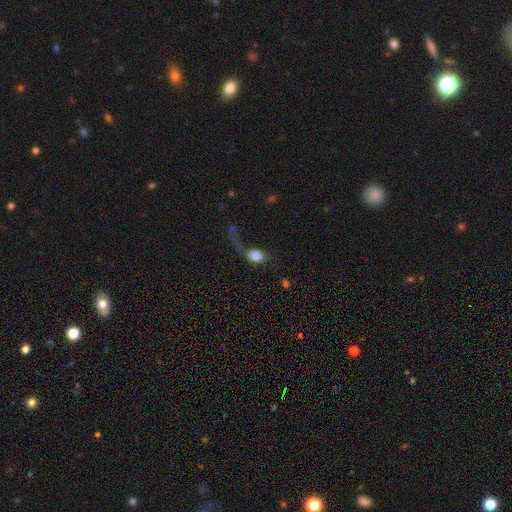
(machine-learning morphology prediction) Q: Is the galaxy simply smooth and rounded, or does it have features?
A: smooth — 77%.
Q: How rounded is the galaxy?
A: in between — 64%.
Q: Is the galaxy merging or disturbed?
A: major disturbance — 50%.